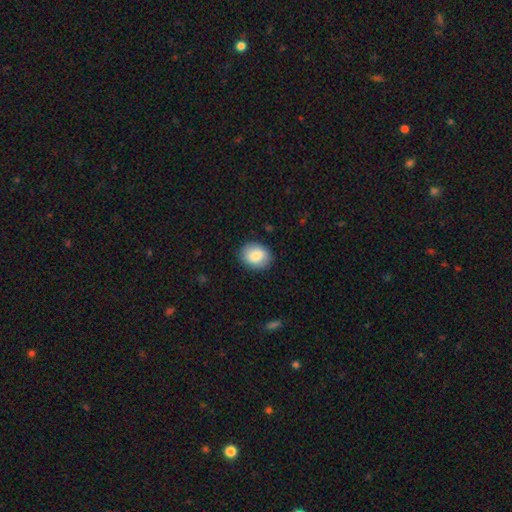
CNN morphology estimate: type=smooth (82%); roundness=round (55%); merging=none (87%).